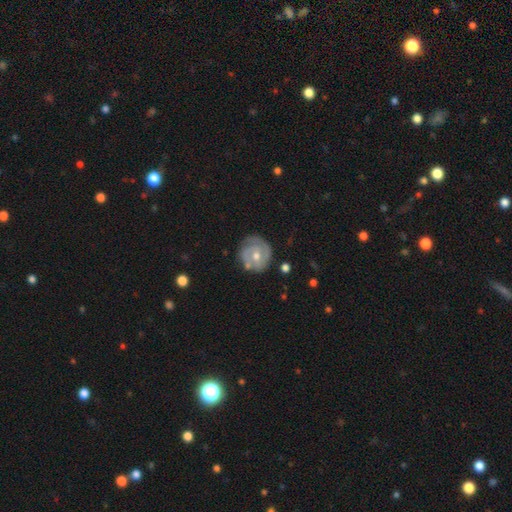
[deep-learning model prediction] This is likely a featured or disk galaxy (73%). It is clearly not viewed edge-on (97%). Bar: possibly no (60%). Spiral arm pattern: clearly yes (85%). Spiral arm count: marginally 2 (42%). Spiral winding: likely tight (61%). Central bulge: likely moderate (70%). Merging: likely none (68%).